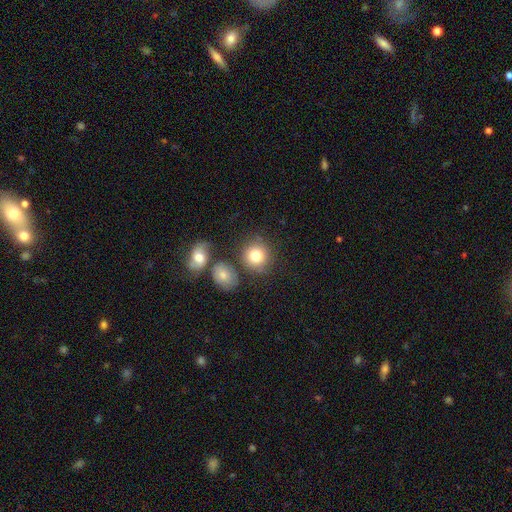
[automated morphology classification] Smooth or featured? smooth (79%)
How rounded? round (84%)
Merging? none (72%)